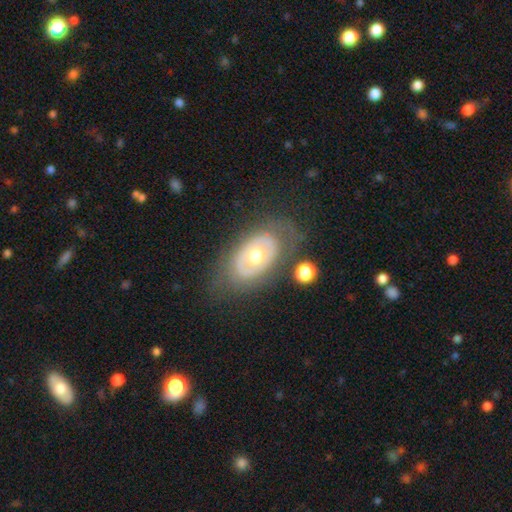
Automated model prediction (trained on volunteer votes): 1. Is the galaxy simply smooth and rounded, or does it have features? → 60% featured or disk, 34% smooth, 6% star or artifact.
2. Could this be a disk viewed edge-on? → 92% no, 8% yes.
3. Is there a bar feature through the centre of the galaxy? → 90% no, 7% weak, 3% strong.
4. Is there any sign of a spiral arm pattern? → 86% no, 14% yes.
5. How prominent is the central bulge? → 76% moderate, 12% large, 10% small, 1% dominant, 1% none.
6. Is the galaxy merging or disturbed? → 72% none, 16% minor disturbance, 9% major disturbance, 3% merger.